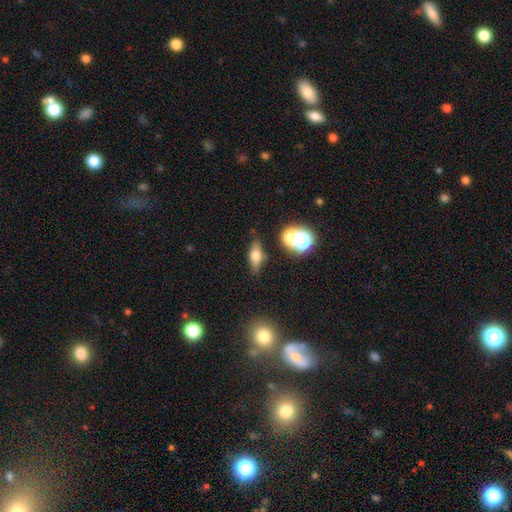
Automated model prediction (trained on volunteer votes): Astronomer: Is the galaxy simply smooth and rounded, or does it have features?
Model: smooth — 50% (runner-up: featured or disk, 37%).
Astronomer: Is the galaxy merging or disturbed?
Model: none — 77%.